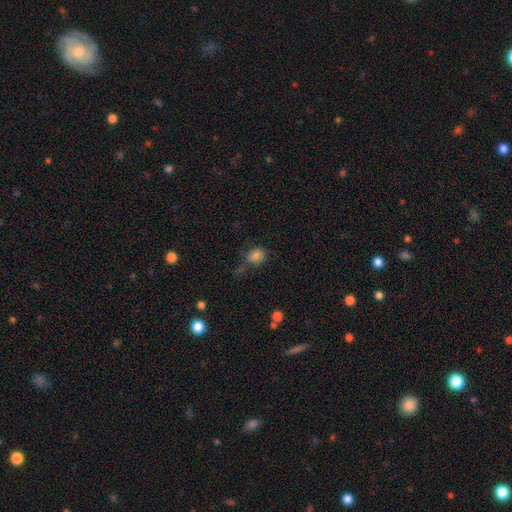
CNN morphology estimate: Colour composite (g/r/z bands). It shows a smooth galaxy with no disk features (79%) that is round (59%). Merging: none (61%).